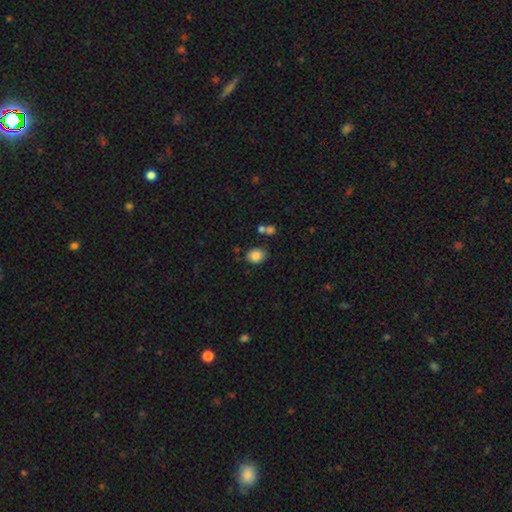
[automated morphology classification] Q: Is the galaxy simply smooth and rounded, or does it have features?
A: smooth — 84%.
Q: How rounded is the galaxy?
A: in between — 55%.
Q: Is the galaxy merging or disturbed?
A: none — 78%.